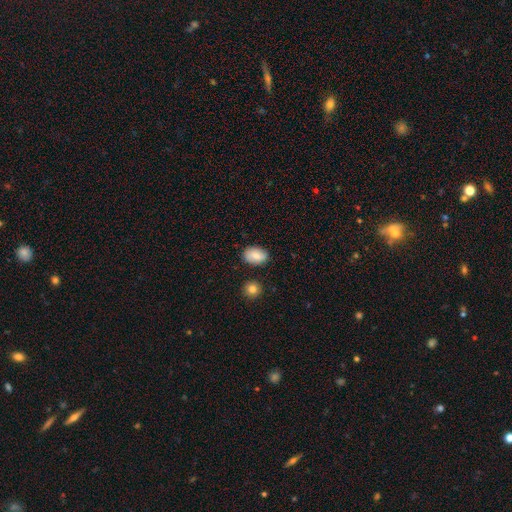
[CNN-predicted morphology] Smooth or featured? Predicted: smooth (p=0.76). How rounded? Predicted: in between (p=0.85). Merging? Predicted: none (p=0.82).